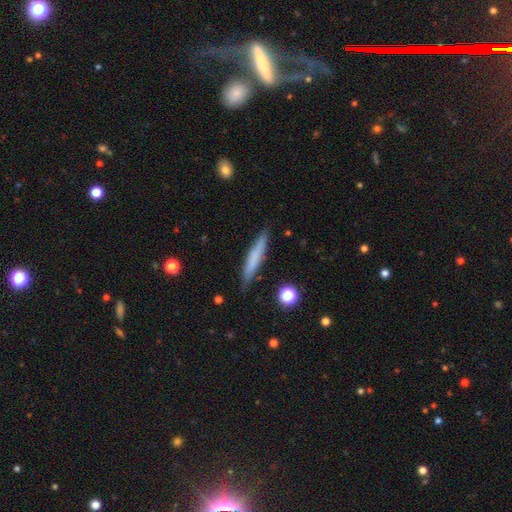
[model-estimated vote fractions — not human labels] This appears to be a smooth galaxy with no disk features (65%) that is cigar-shaped (93%). Merging: none (86%).